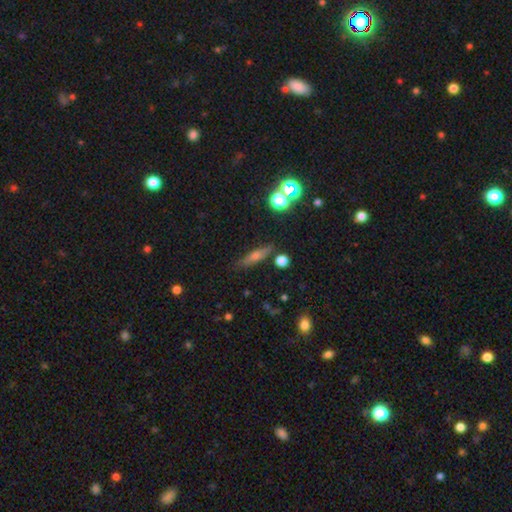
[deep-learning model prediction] Smooth or featured: featured or disk — 44% (smooth — 42%)
Merging: none — 82% (minor disturbance — 11%)